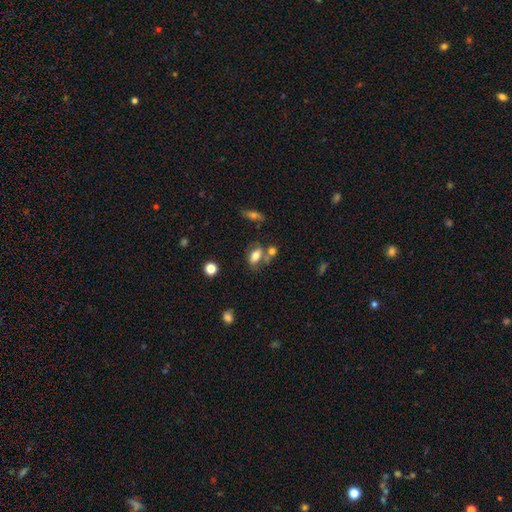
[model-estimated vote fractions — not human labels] This appears to be a smooth galaxy with no disk features (71%) that is in between round and cigar-shaped (85%). Merging: none (50%).